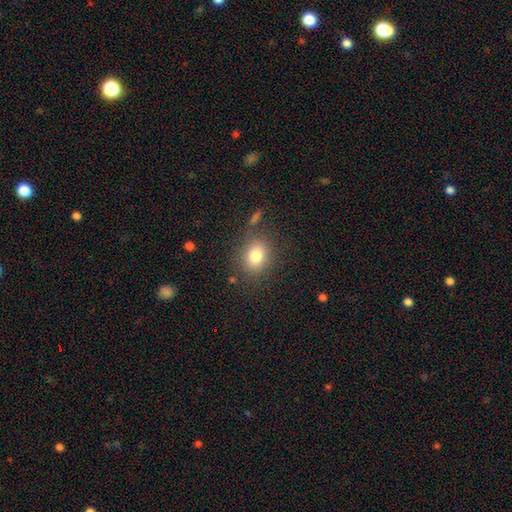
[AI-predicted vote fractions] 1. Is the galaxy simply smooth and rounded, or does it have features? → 79% smooth, 11% star or artifact, 9% featured or disk.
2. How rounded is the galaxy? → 56% round, 43% in between, 1% cigar-shaped.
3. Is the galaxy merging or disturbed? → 79% none, 12% minor disturbance, 5% major disturbance, 4% merger.